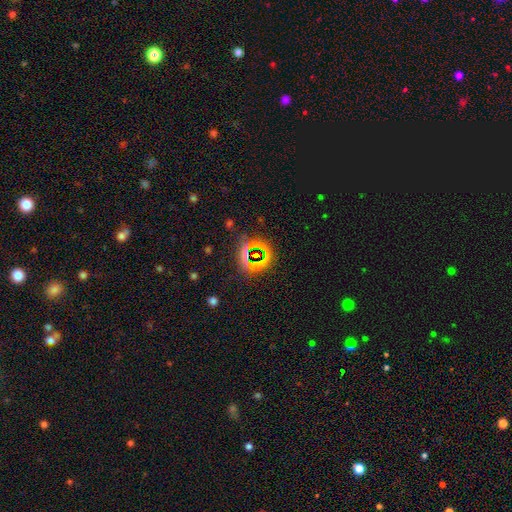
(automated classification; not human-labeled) Morphology: type=star or artifact (66%).